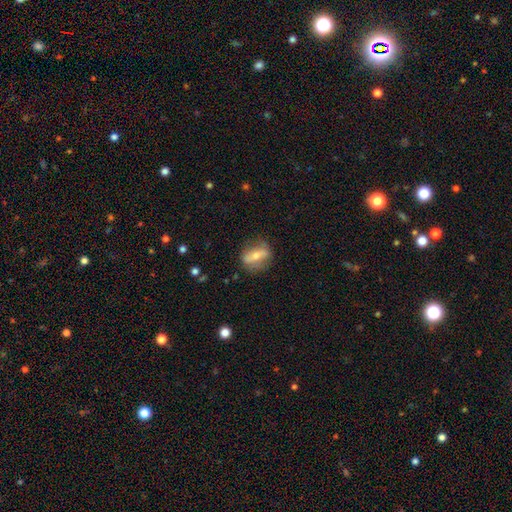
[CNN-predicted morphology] The model was most divided on "smooth or featured": featured or disk: 58%, smooth: 34%, star or artifact: 9%. More confident: merging — none (78%); edge-on disk — no (71%).